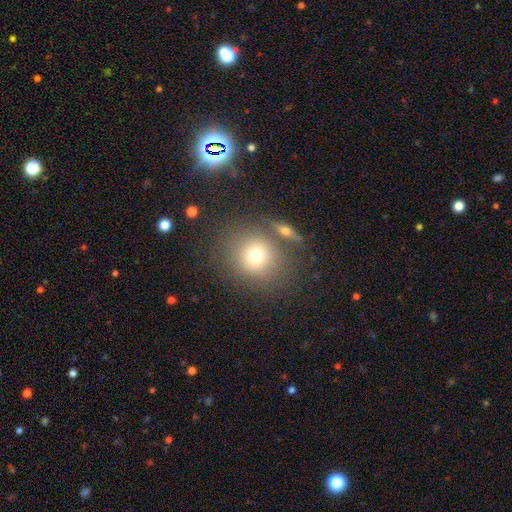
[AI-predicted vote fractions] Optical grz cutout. It shows a smooth galaxy with no disk features (71%) that is round (84%). Merging: none (72%).